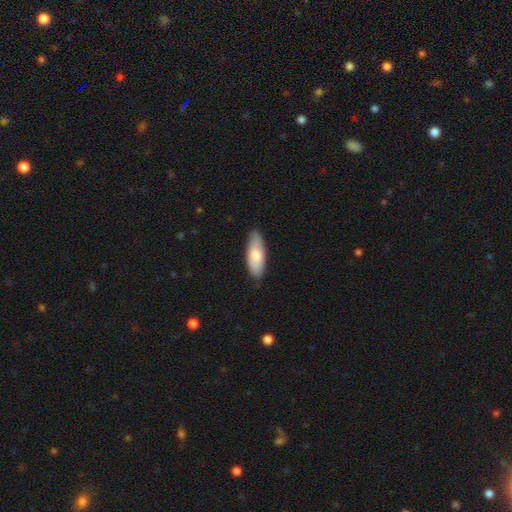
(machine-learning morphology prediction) Smooth or featured: smooth — 72% (featured or disk — 23%)
How rounded: in between — 71% (cigar-shaped — 27%)
Merging: none — 83% (minor disturbance — 14%)